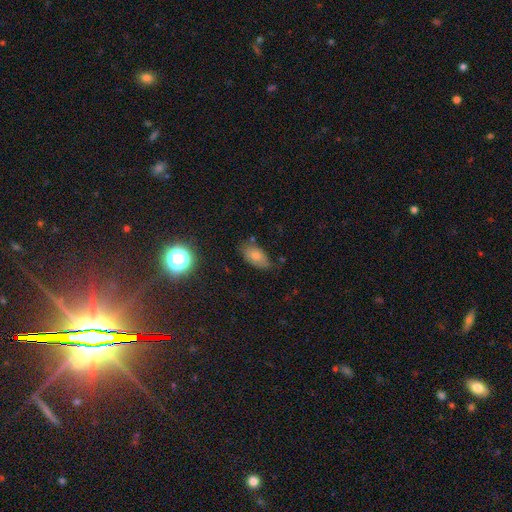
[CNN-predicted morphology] This appears to be a smooth galaxy with no disk features (72%) that is in between round and cigar-shaped (91%). Merging: none (66%).